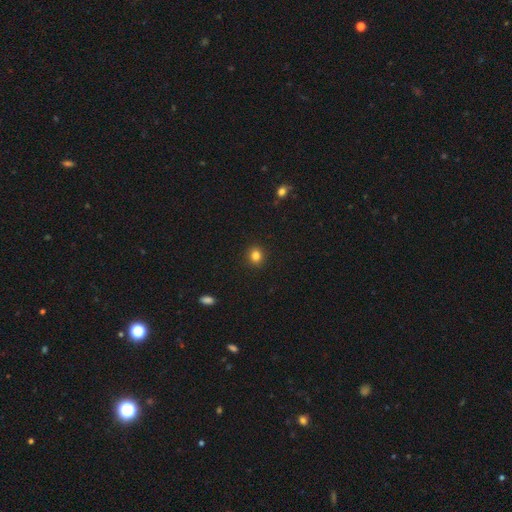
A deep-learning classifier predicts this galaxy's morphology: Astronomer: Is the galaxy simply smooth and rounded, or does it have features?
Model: smooth — 83%.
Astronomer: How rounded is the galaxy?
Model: round — 81%.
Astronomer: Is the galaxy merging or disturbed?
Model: none — 92%.